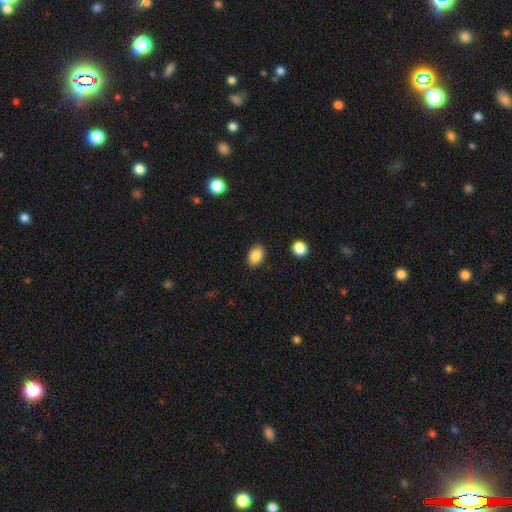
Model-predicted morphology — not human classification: Smooth or featured? Predicted: smooth (p=0.87). How rounded? Predicted: in between (p=0.80). Merging? Predicted: none (p=0.87).